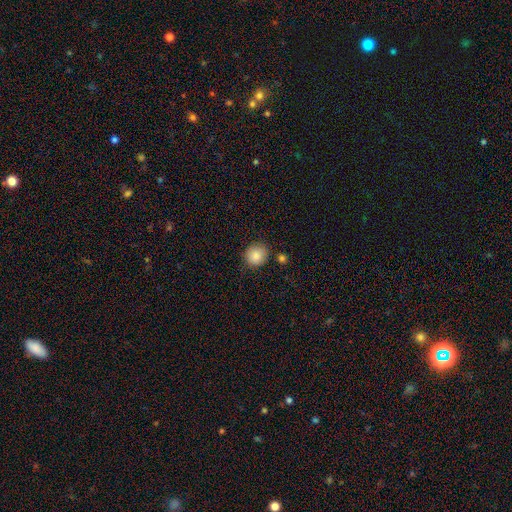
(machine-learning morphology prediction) Smooth or featured?
  - smooth: 87% *
  - star or artifact: 8%
  - featured or disk: 5%
How rounded?
  - round: 86% *
  - in between: 13%
  - cigar-shaped: 1%
Merging?
  - none: 82% *
  - minor disturbance: 11%
  - merger: 4%
  - major disturbance: 3%